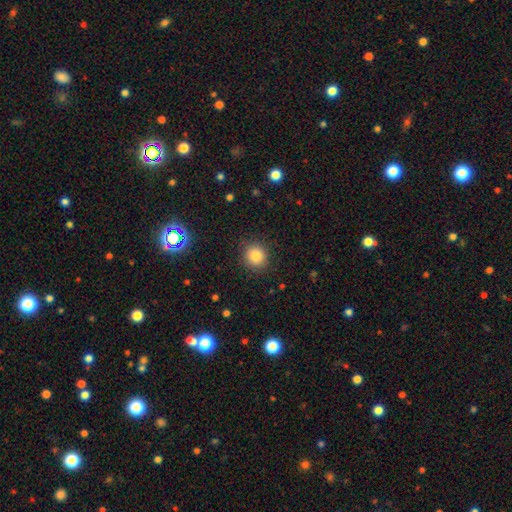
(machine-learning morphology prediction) Q: Smooth or featured?
A: smooth (82%); runner-up: star or artifact (12%)
Q: How rounded?
A: round (90%); runner-up: in between (9%)
Q: Merging?
A: none (88%); runner-up: minor disturbance (8%)